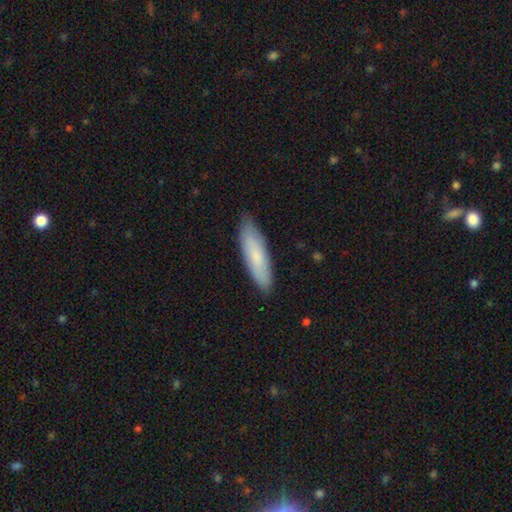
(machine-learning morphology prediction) Smooth or featured?
  - smooth: 76% *
  - featured or disk: 18%
  - star or artifact: 6%
How rounded?
  - cigar-shaped: 59% *
  - in between: 40%
  - round: 1%
Merging?
  - none: 86% *
  - minor disturbance: 11%
  - major disturbance: 2%
  - merger: 1%